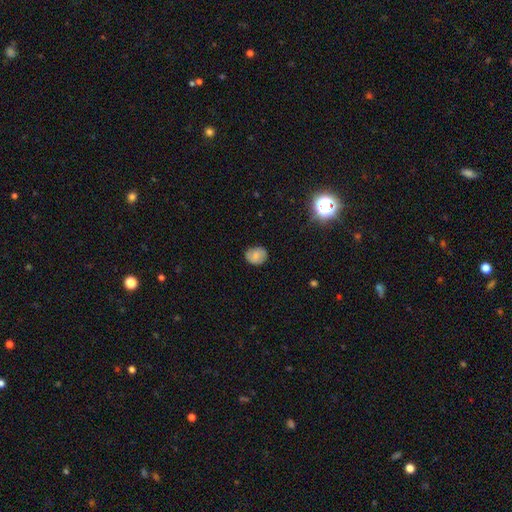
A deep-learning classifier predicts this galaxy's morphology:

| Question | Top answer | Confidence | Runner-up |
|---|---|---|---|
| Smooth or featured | smooth | 76% | featured or disk (14%) |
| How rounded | round | 55% | in between (44%) |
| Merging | none | 81% | minor disturbance (15%) |